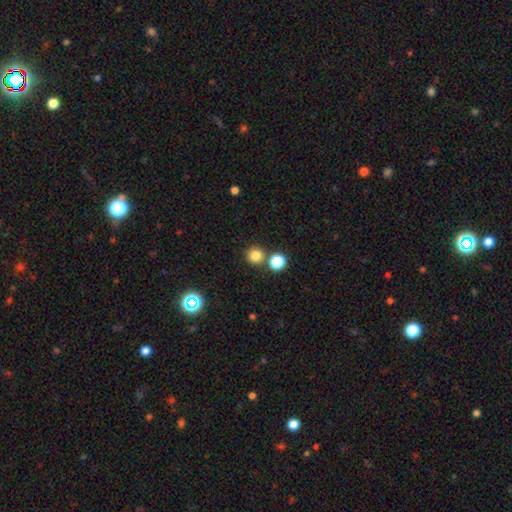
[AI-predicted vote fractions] smooth-or-featured: smooth: 81% | star or artifact: 14% | featured or disk: 5%
  how-rounded: round: 93% | in between: 6% | cigar-shaped: 1%
  merging: none: 77% | merger: 15% | minor disturbance: 6% | major disturbance: 2%